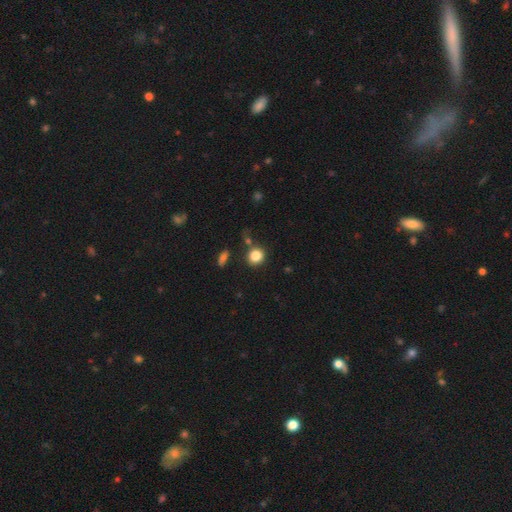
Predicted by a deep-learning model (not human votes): Smooth or featured?
  - smooth: 83% *
  - star or artifact: 11%
  - featured or disk: 6%
How rounded?
  - round: 85% *
  - in between: 14%
  - cigar-shaped: 1%
Merging?
  - none: 80% *
  - minor disturbance: 10%
  - merger: 7%
  - major disturbance: 3%